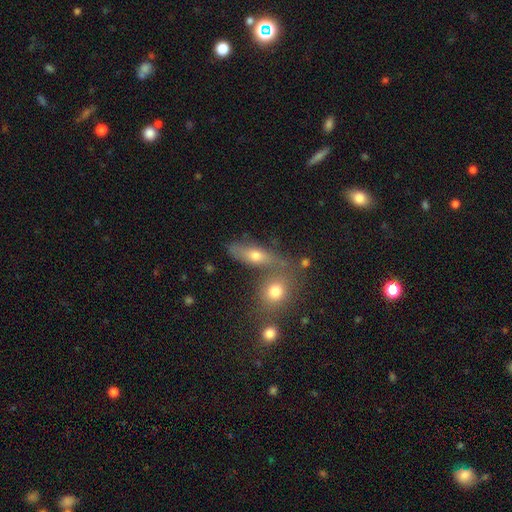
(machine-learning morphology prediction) This appears to be a smooth galaxy with no disk features (60%) that is in between round and cigar-shaped (56%). Merging: none (55%).